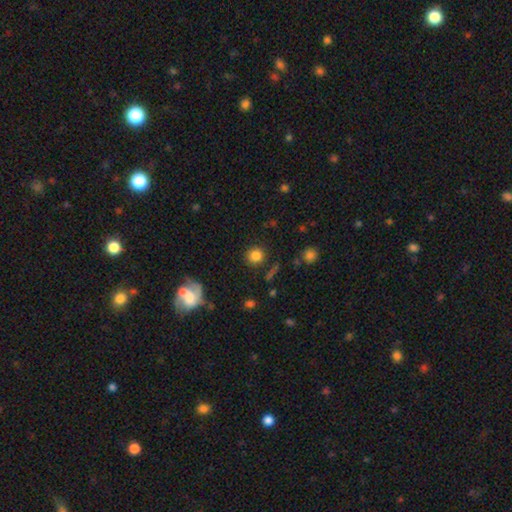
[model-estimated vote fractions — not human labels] smooth 82%, star or artifact 11%, featured or disk 7%. Down the decision tree: how rounded — round (91%); merging — none (85%).